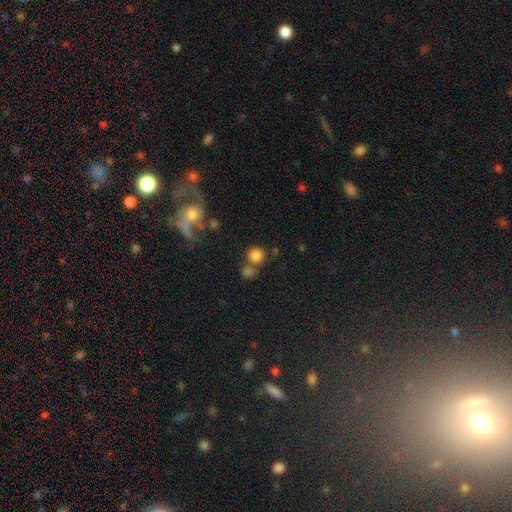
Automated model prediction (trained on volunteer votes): This is clearly a smooth galaxy (81%). How rounded: clearly round (90%). Merging: likely none (60%).